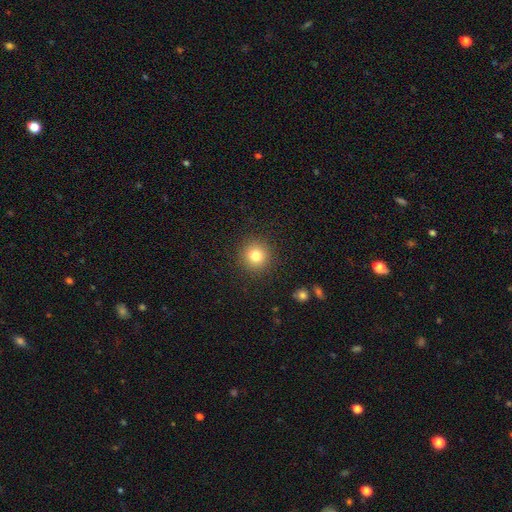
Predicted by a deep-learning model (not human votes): Smooth or featured? smooth (81%)
How rounded? round (93%)
Merging? none (90%)